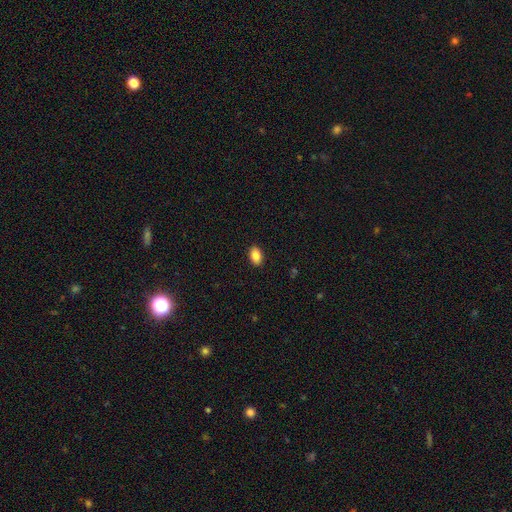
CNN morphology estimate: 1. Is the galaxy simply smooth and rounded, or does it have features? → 86% smooth, 8% star or artifact, 6% featured or disk.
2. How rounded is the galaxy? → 89% in between, 10% round, 1% cigar-shaped.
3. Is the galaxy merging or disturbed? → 90% none, 7% minor disturbance, 2% major disturbance, 1% merger.